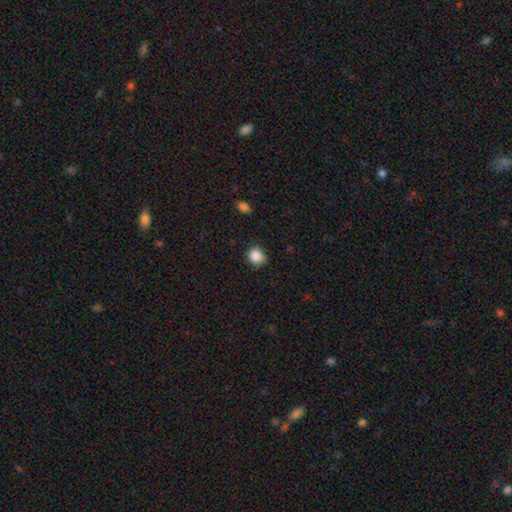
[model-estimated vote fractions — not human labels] Overall: smooth (87%). How rounded: round (75%). Merging: none (81%).